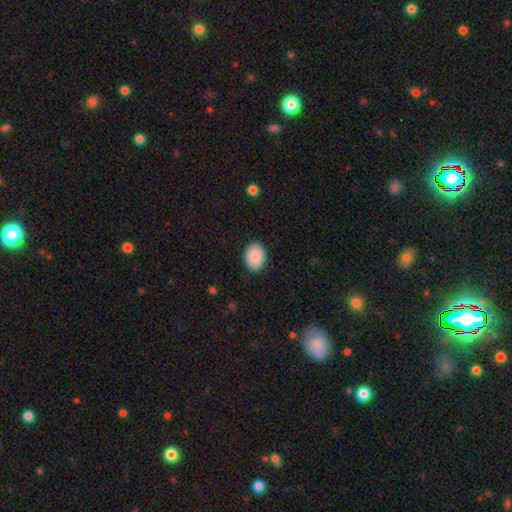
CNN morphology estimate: A smooth galaxy with no disk features (90%) that is in between round and cigar-shaped (74%). Merging: none (88%).